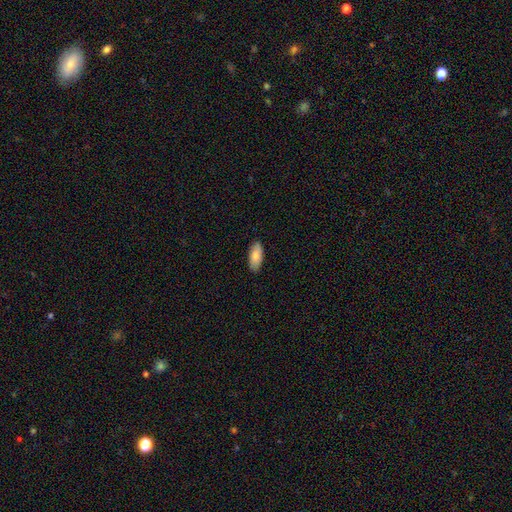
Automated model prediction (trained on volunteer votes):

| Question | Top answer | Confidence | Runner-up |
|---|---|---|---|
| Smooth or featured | smooth | 84% | featured or disk (10%) |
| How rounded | in between | 84% | cigar-shaped (15%) |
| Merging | none | 89% | minor disturbance (9%) |